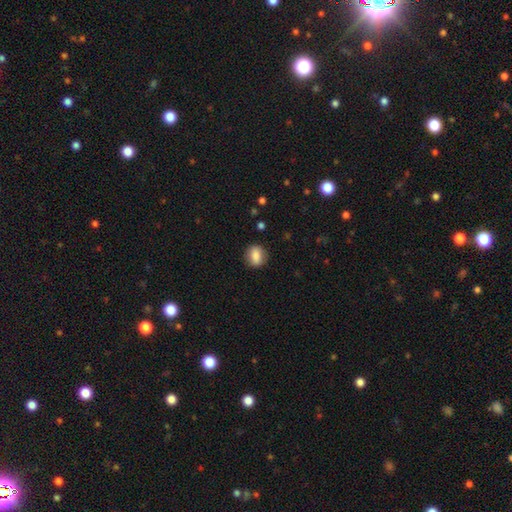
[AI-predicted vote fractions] This is clearly a smooth galaxy (82%). How rounded: possibly round (55%). Merging: clearly none (85%).